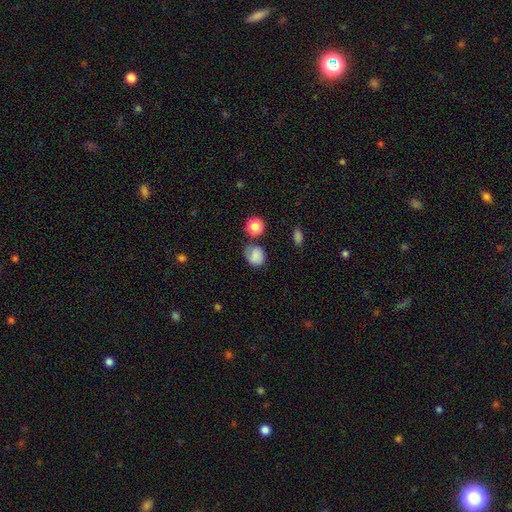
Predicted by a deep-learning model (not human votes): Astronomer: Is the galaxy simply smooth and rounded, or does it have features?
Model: smooth — 74%.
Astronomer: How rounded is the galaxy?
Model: round — 60% (runner-up: in between, 39%).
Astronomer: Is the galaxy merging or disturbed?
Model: none — 56%.